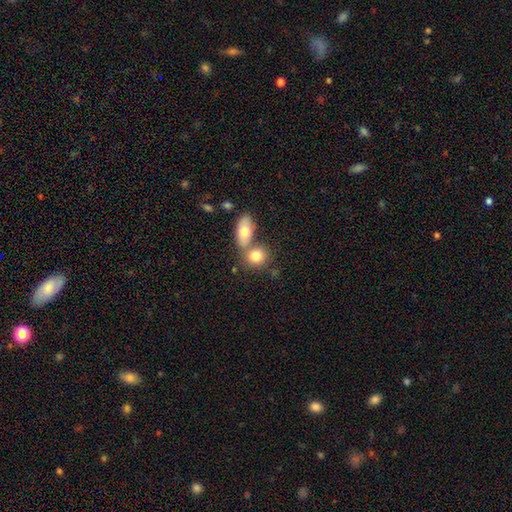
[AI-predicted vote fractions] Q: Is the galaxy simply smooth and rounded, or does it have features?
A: smooth — 79%.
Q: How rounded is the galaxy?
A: round — 49%, tied with in between.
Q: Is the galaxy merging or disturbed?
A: merger — 49%.